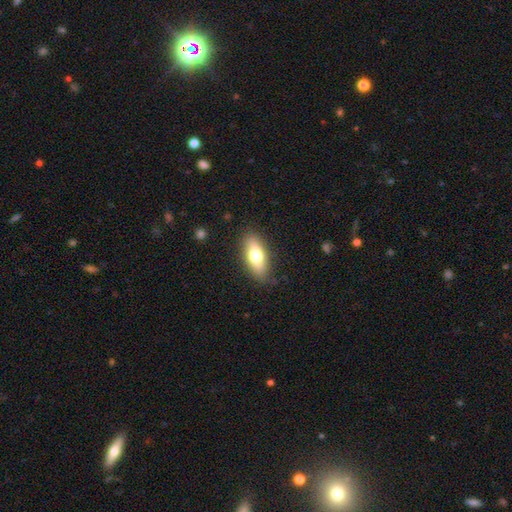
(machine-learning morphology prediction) Smooth or featured? Predicted: smooth (p=0.69). How rounded? Predicted: in between (p=0.75). Merging? Predicted: none (p=0.85).